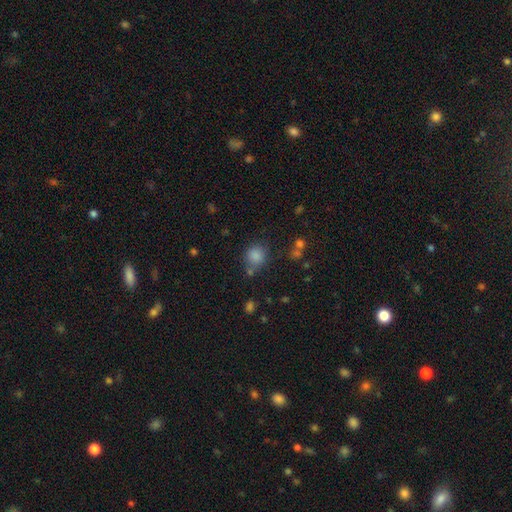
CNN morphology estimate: This is clearly a smooth galaxy (83%). How rounded: likely round (78%). Merging: likely none (66%).